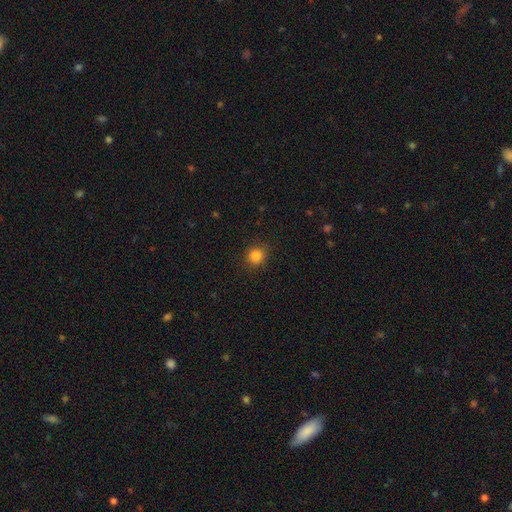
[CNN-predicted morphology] smooth 84%, star or artifact 12%, featured or disk 4%. Down the decision tree: how rounded — round (86%); merging — none (88%).